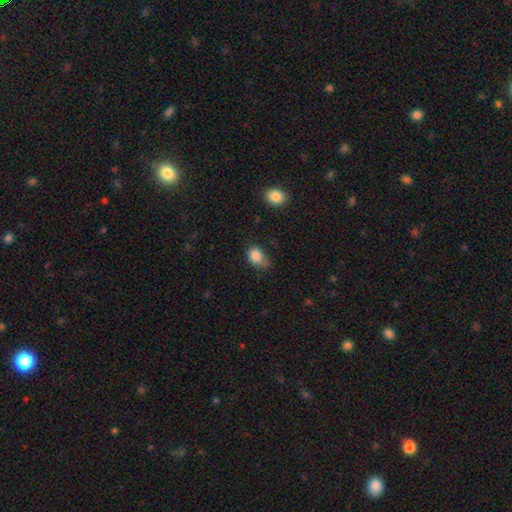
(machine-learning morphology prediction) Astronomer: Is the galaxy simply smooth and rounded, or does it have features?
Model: smooth — 85%.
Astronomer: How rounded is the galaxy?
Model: in between — 61% (runner-up: round, 38%).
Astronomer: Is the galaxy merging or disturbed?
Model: none — 48% (runner-up: minor disturbance, 38%).